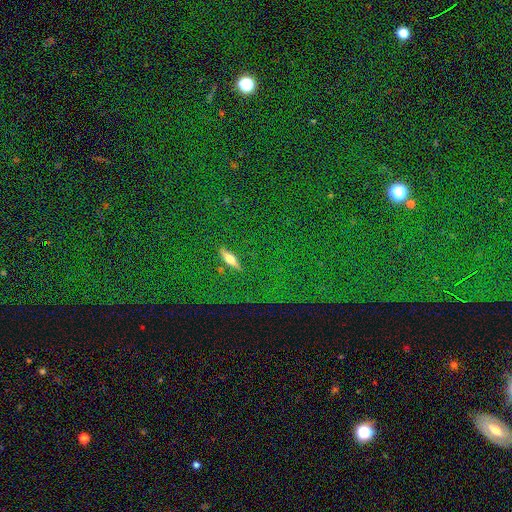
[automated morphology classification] Smooth or featured: star or artifact — 78% (smooth — 12%)